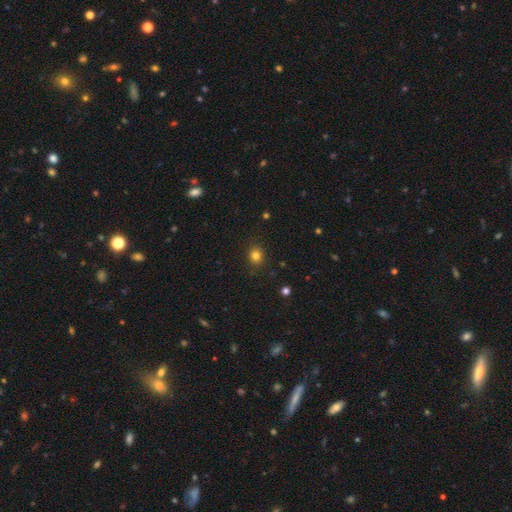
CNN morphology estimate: This appears to be a smooth galaxy with no disk features (81%) that is round (76%). Merging: none (88%).